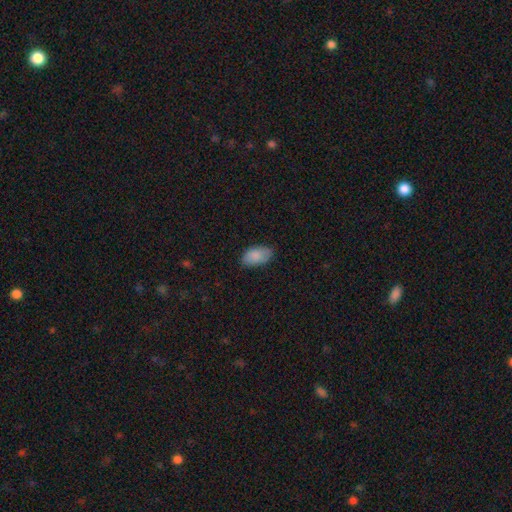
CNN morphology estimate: The model was most divided on "merging": none: 79%, minor disturbance: 16%, major disturbance: 3%, merger: 1%. More confident: how rounded — in between (94%); smooth or featured — smooth (87%).